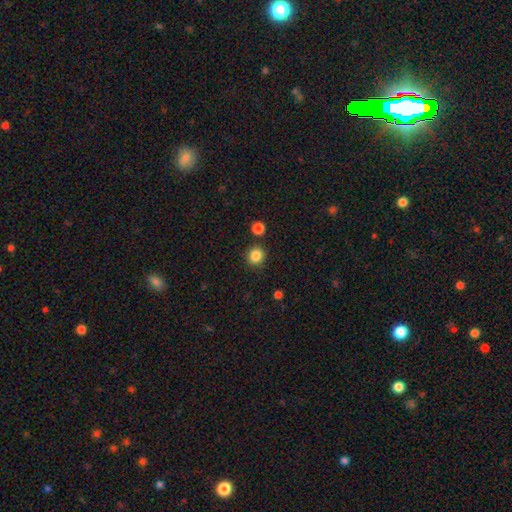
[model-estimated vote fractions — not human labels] Morphology: type=smooth (86%); roundness=round (90%); merging=none (87%).